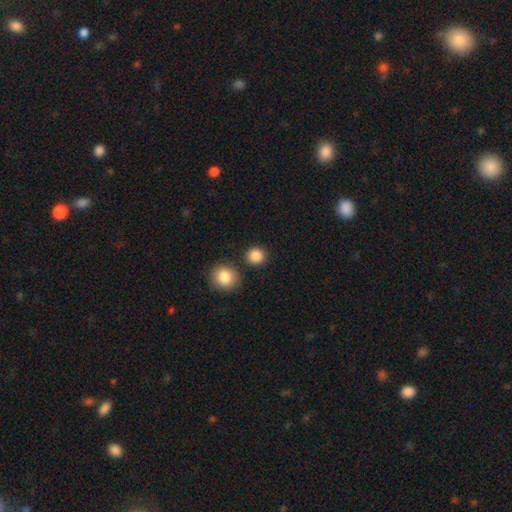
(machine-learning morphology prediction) type=smooth (87%); roundness=round (91%); merging=none (86%).